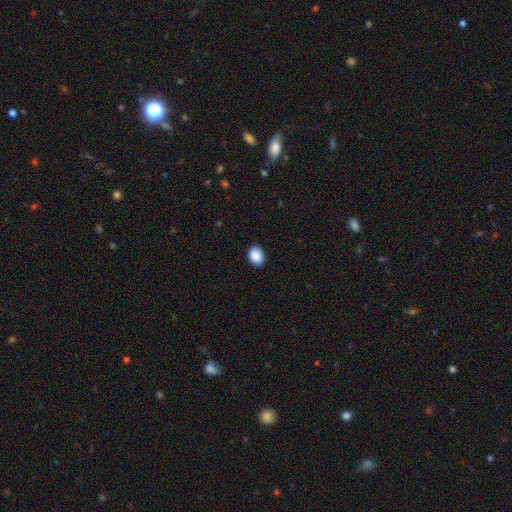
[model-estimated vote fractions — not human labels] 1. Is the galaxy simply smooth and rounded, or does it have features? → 90% smooth, 7% star or artifact, 3% featured or disk.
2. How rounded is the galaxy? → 65% in between, 34% round, 1% cigar-shaped.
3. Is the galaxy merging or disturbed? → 89% none, 8% minor disturbance, 2% major disturbance, 1% merger.